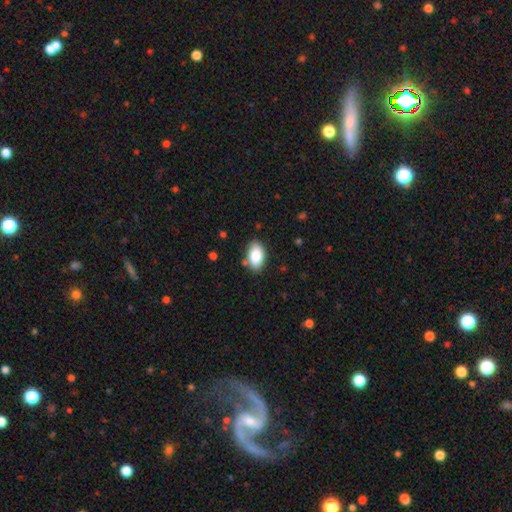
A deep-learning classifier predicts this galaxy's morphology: Q: Smooth or featured?
A: smooth (87%); runner-up: star or artifact (7%)
Q: How rounded?
A: in between (93%); runner-up: round (5%)
Q: Merging?
A: none (84%); runner-up: minor disturbance (12%)